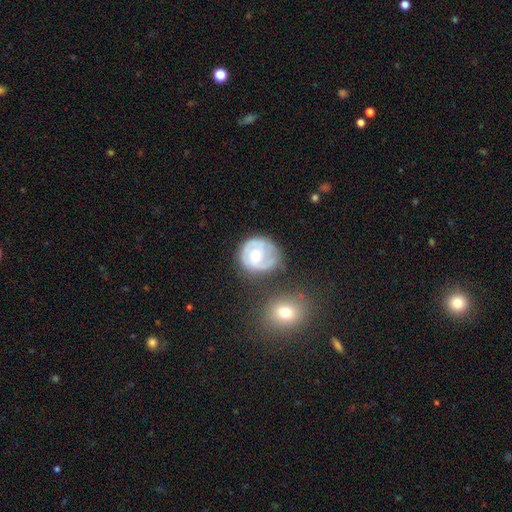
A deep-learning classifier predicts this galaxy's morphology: smooth_or_featured: featured or disk (p=0.60) [alt: smooth p=0.33]
disk_edge_on: no (p=0.98) [alt: yes p=0.02]
bar: no (p=0.71) [alt: weak p=0.24]
has_spiral_arms: yes (p=0.76) [alt: no p=0.24]
bulge_size: moderate (p=0.52) [alt: small p=0.42]
merging: none (p=0.51) [alt: minor disturbance p=0.25]